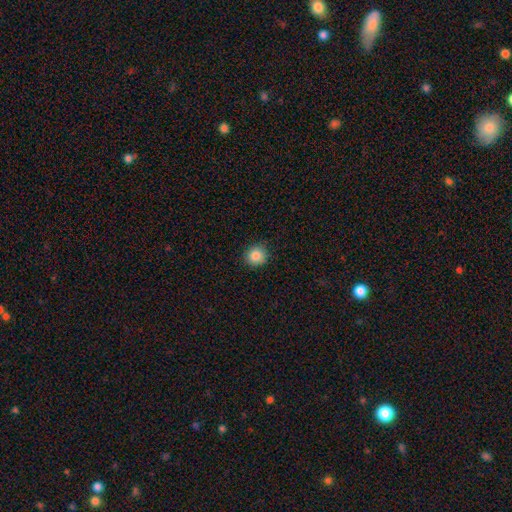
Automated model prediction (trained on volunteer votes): Q: Smooth or featured?
A: smooth (85%); runner-up: star or artifact (10%)
Q: How rounded?
A: round (90%); runner-up: in between (9%)
Q: Merging?
A: none (89%); runner-up: minor disturbance (8%)